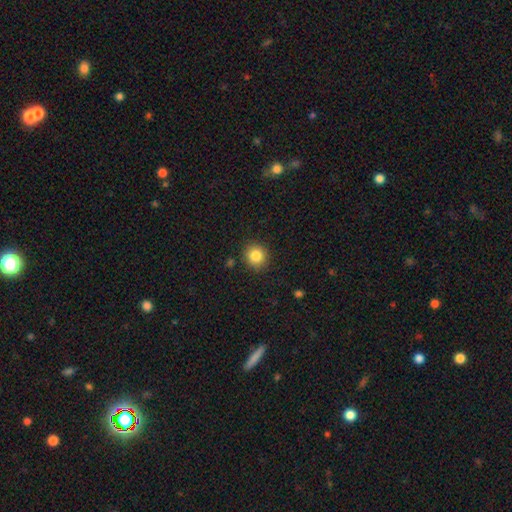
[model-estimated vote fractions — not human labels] Smooth or featured?
  - smooth: 85% *
  - star or artifact: 10%
  - featured or disk: 5%
How rounded?
  - round: 88% *
  - in between: 11%
  - cigar-shaped: 1%
Merging?
  - none: 89% *
  - minor disturbance: 7%
  - major disturbance: 2%
  - merger: 2%